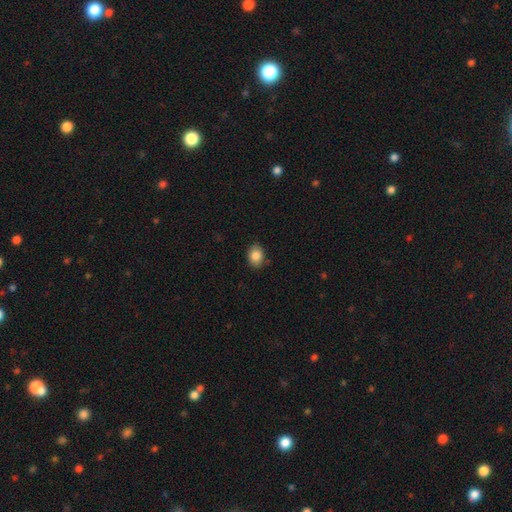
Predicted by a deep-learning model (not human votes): This is clearly a smooth galaxy (86%). How rounded: possibly in between (58%). Merging: clearly none (82%).